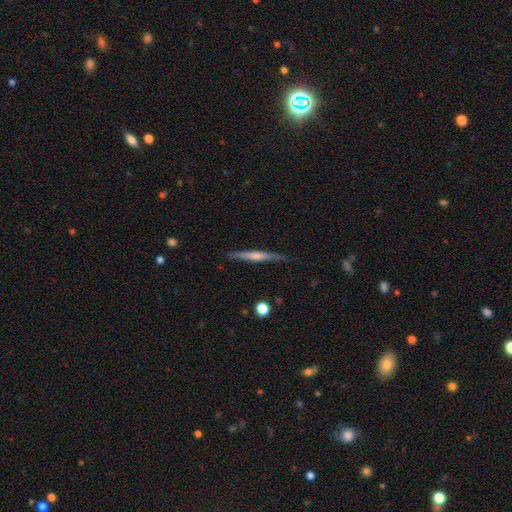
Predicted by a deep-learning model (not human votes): This is likely a featured or disk galaxy (70%). It is clearly viewed edge-on (98%). Edge-on bulge: likely rounded (64%). Merging: clearly none (89%).